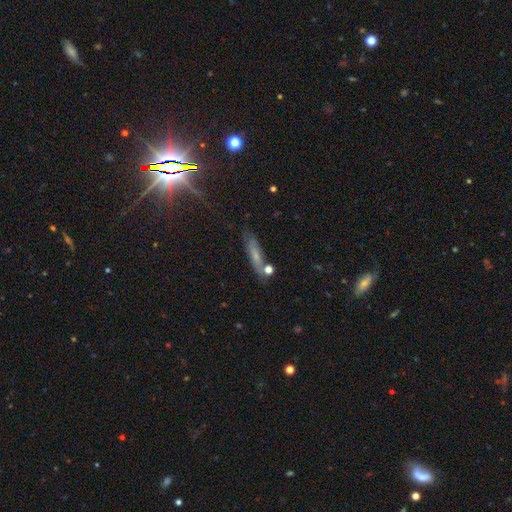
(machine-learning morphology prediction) Smooth or featured?
  - smooth: 52% *
  - featured or disk: 33%
  - star or artifact: 15%
How rounded?
  - cigar-shaped: 79% *
  - in between: 17%
  - round: 4%
Merging?
  - none: 71% *
  - minor disturbance: 16%
  - merger: 7%
  - major disturbance: 5%